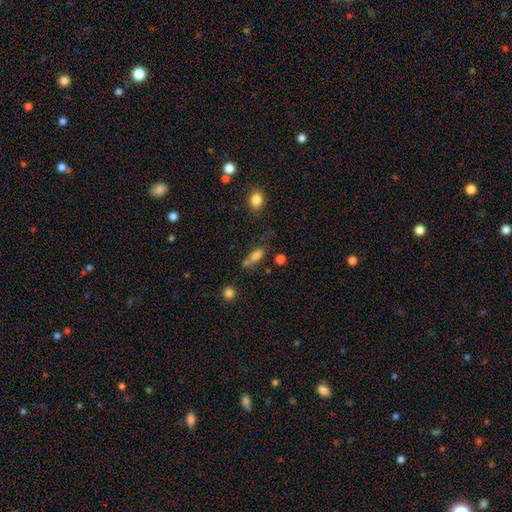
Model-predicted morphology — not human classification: This appears to be a smooth galaxy with no disk features (76%) that is in between round and cigar-shaped (70%). Merging: none (50%).